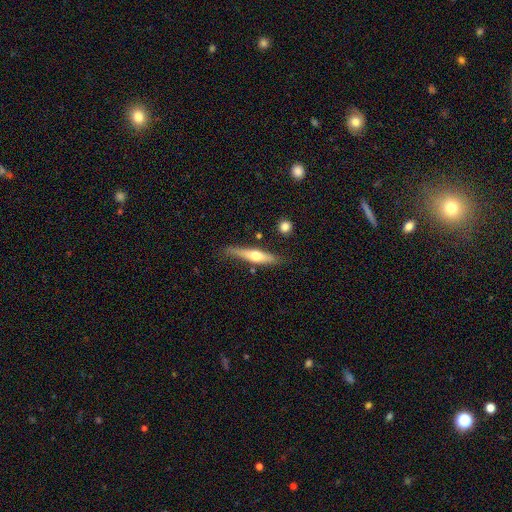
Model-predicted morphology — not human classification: type=featured or disk (51%); edge-on=yes (91%); merging=none (71%).